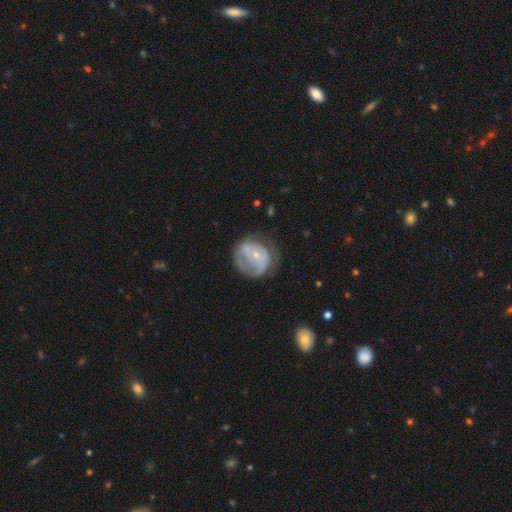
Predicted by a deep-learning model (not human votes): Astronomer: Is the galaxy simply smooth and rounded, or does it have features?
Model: featured or disk — 60%.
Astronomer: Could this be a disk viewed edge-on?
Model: no — 97%.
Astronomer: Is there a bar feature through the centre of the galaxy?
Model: no — 63%.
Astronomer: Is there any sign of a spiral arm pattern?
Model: yes — 51% (runner-up: no, 49%).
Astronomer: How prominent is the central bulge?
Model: small — 71%.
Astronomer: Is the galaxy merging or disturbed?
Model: none — 47% (runner-up: minor disturbance, 26%).